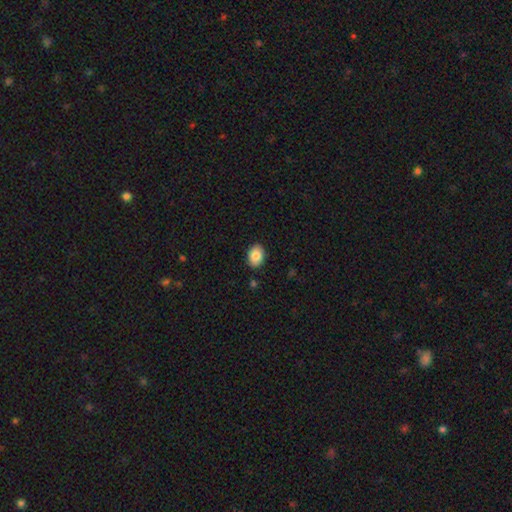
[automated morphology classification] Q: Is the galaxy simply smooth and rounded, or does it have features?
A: smooth — 86%.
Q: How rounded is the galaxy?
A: in between — 79%.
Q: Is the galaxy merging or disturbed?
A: none — 89%.